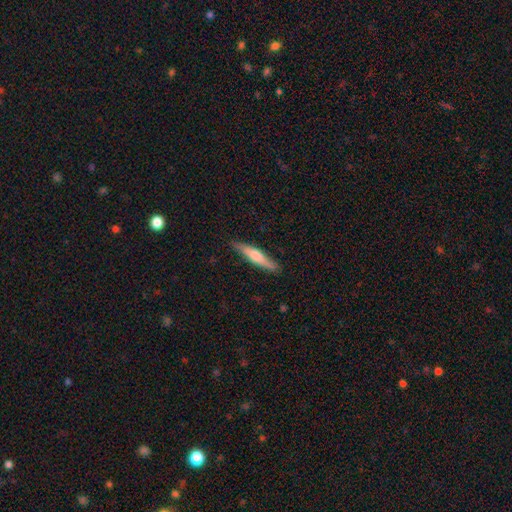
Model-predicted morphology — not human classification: Smooth or featured: smooth — 54% (featured or disk — 40%)
How rounded: cigar-shaped — 88% (in between — 10%)
Merging: none — 86% (minor disturbance — 11%)